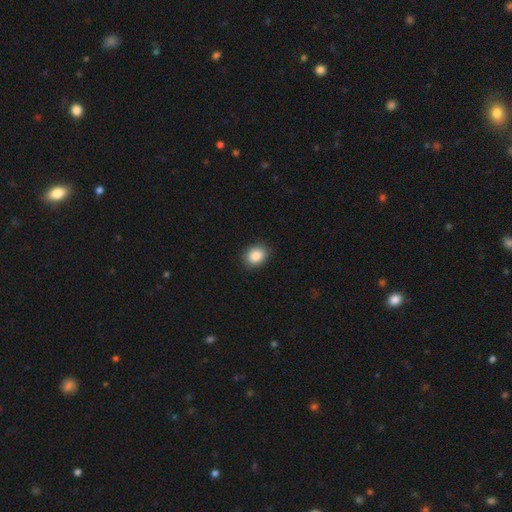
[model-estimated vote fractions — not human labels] smooth 88%, star or artifact 8%, featured or disk 4%. Down the decision tree: how rounded — in between (53%); merging — none (88%).